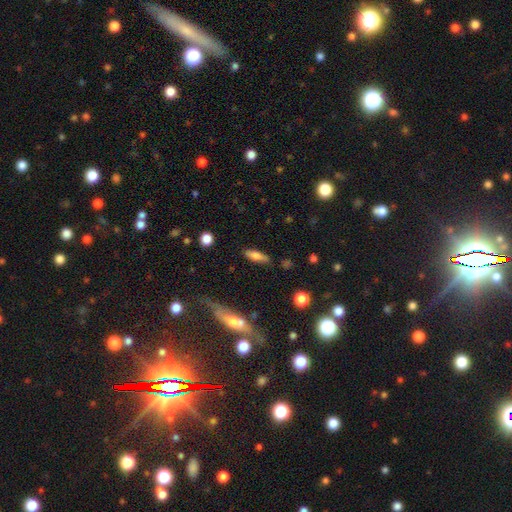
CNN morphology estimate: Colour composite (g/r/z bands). It shows a smooth galaxy with no disk features (67%) that is in between round and cigar-shaped (51%). Merging: none (80%).